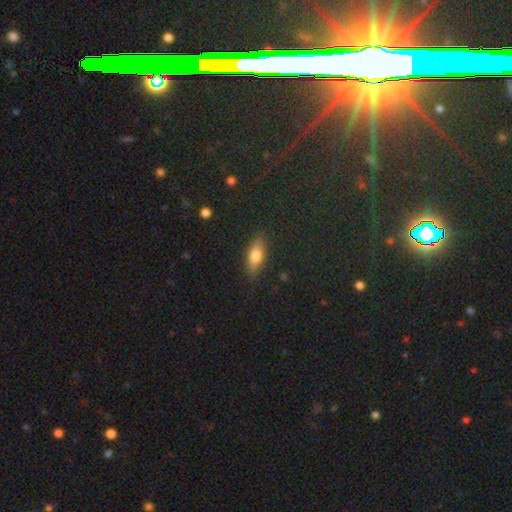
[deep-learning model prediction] A smooth galaxy with no disk features (72%) that is in between round and cigar-shaped (71%).

Vote fractions:
- Smooth or featured? smooth: 72% / featured or disk: 19% / star or artifact: 9%
- How rounded? in between: 71% / cigar-shaped: 25% / round: 4%
- Merging? none: 85% / minor disturbance: 11% / major disturbance: 3% / merger: 1%